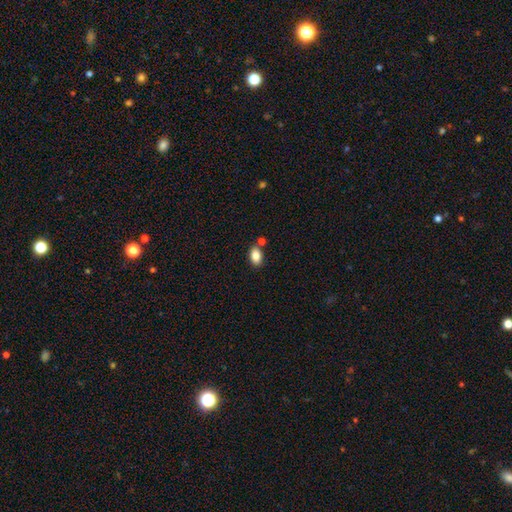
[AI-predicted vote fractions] Smooth or featured?
  - smooth: 85% *
  - star or artifact: 8%
  - featured or disk: 7%
How rounded?
  - in between: 88% *
  - round: 11%
  - cigar-shaped: 1%
Merging?
  - none: 74% *
  - merger: 13%
  - minor disturbance: 11%
  - major disturbance: 2%